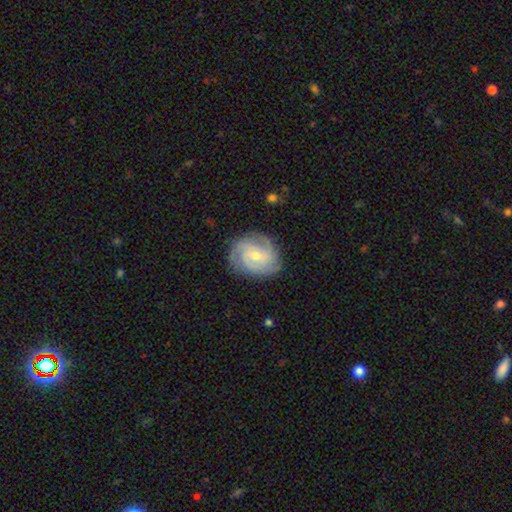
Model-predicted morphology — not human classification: type=featured or disk (80%); edge-on=no (98%); bar=no (60%); spiral arms=yes (96%); winding=tight (58%); arm count=3 (46%); bulge=small (54%); merging=none (81%).